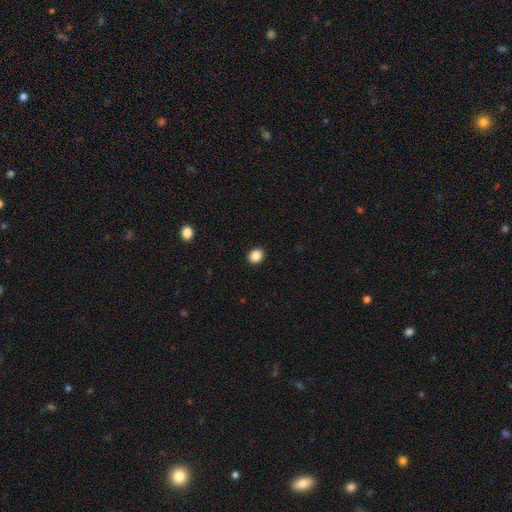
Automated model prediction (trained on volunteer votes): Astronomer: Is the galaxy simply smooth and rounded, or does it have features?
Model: smooth — 86%.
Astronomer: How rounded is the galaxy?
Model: round — 58% (runner-up: in between, 41%).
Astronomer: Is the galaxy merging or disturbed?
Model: none — 92%.